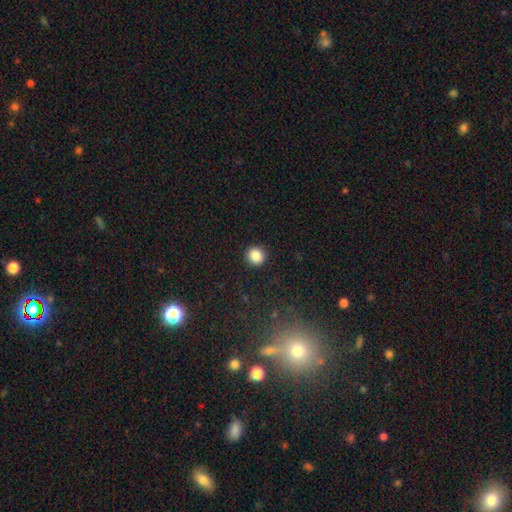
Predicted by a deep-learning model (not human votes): This is clearly a smooth galaxy (86%). How rounded: clearly round (91%). Merging: clearly none (91%).